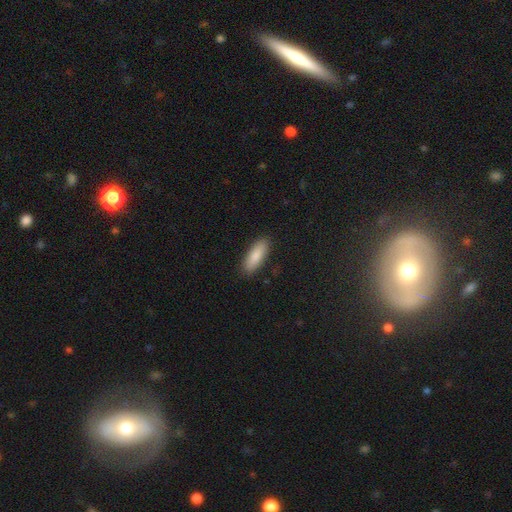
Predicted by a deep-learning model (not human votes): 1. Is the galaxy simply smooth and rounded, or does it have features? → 85% smooth, 9% featured or disk, 6% star or artifact.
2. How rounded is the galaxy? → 59% in between, 39% cigar-shaped, 2% round.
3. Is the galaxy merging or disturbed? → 88% none, 9% minor disturbance, 2% major disturbance, 1% merger.